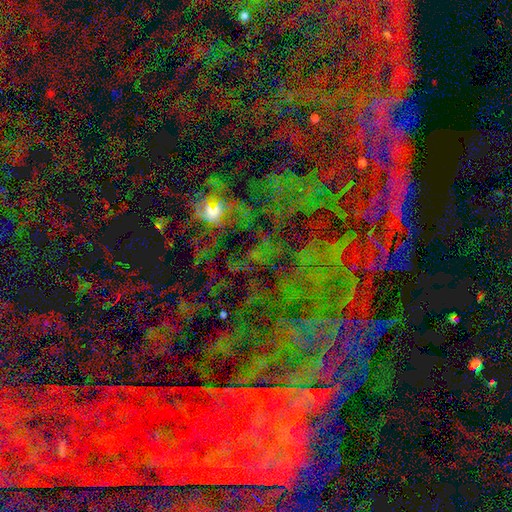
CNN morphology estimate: Overall: star or artifact (67%).